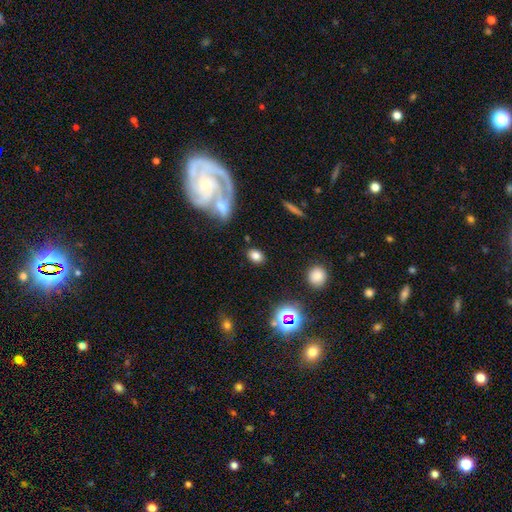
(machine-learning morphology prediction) smooth 76%, star or artifact 13%, featured or disk 11%. Down the decision tree: how rounded — in between (74%); merging — none (81%).